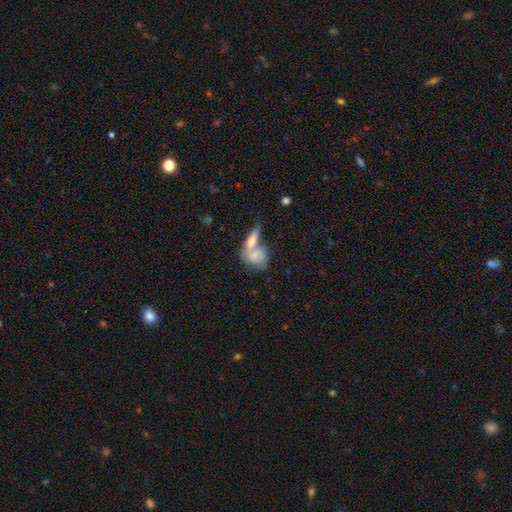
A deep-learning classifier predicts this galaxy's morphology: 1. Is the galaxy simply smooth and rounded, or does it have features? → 57% smooth, 36% featured or disk, 7% star or artifact.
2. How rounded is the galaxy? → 61% in between, 32% round, 8% cigar-shaped.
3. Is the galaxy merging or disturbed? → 60% merger, 24% none, 10% minor disturbance, 6% major disturbance.